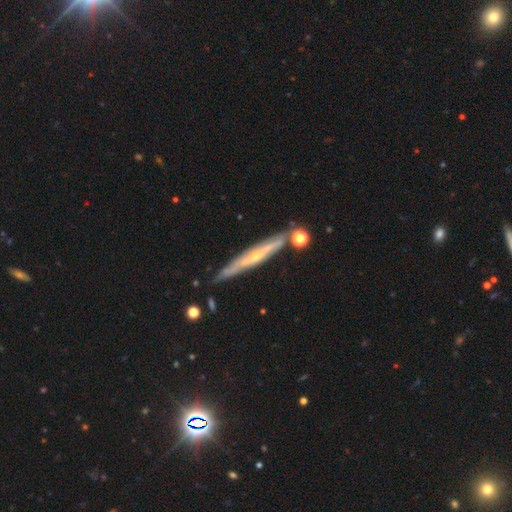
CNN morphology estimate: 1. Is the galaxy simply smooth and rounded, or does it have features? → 74% featured or disk, 20% smooth, 6% star or artifact.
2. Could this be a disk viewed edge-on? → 87% yes, 13% no.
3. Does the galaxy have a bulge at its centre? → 61% rounded, 35% none, 3% boxy.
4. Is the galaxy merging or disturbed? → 77% none, 15% minor disturbance, 6% merger, 3% major disturbance.